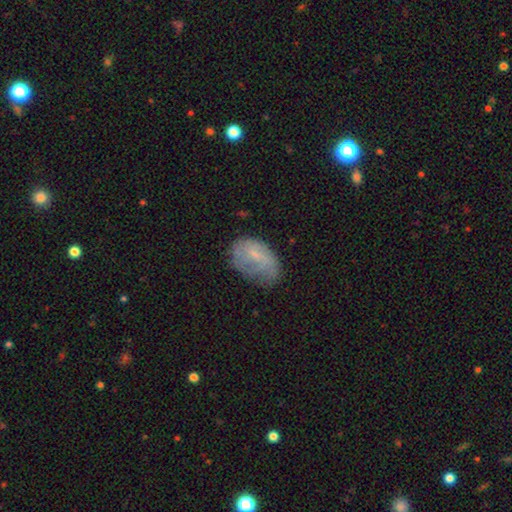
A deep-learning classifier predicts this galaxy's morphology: type=smooth (53%); roundness=in between (87%); merging=none (43%).